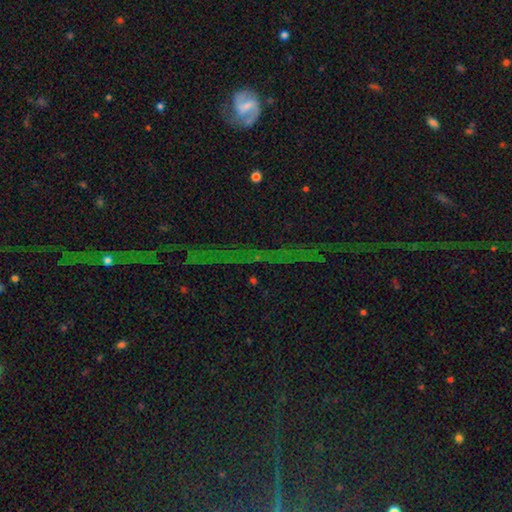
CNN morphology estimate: type=star or artifact (75%).